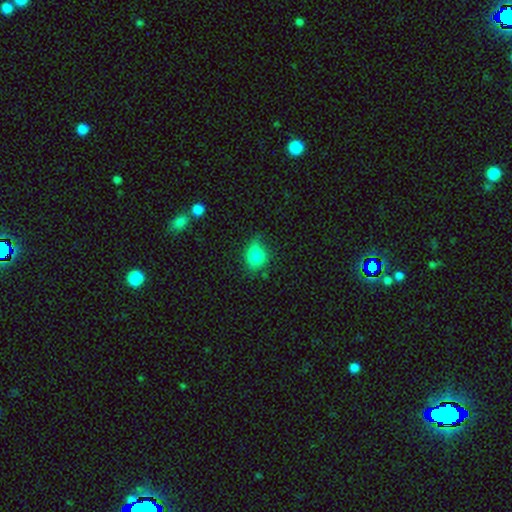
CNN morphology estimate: Smooth or featured: smooth — 82% (star or artifact — 10%)
How rounded: in between — 59% (round — 39%)
Merging: none — 44% (minor disturbance — 38%)